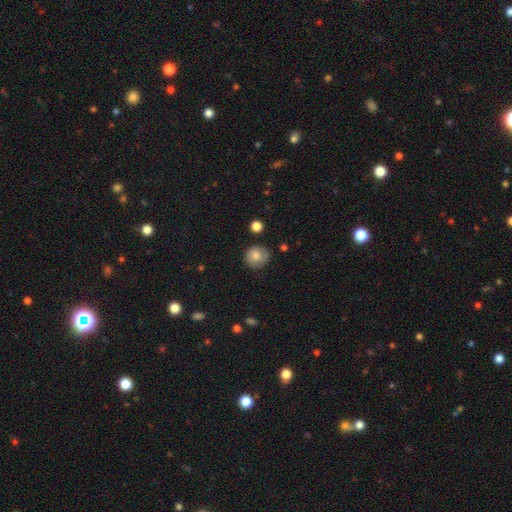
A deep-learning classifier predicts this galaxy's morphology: A smooth galaxy with no disk features (79%) that is round (84%). Merging: none (73%).